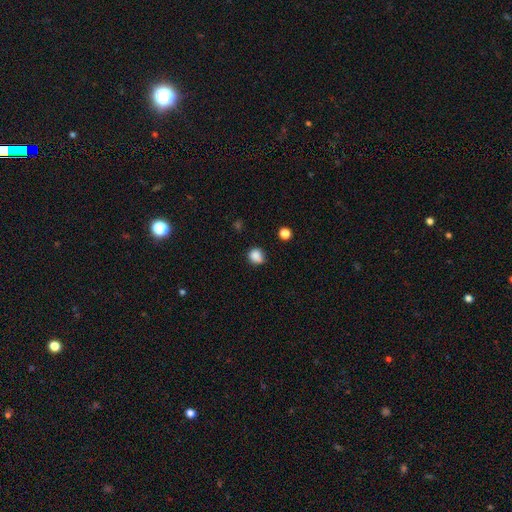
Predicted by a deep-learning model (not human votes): smooth-or-featured: smooth: 85% | star or artifact: 11% | featured or disk: 4%
  how-rounded: round: 75% | in between: 24% | cigar-shaped: 1%
  merging: none: 72% | minor disturbance: 20% | major disturbance: 5% | merger: 3%